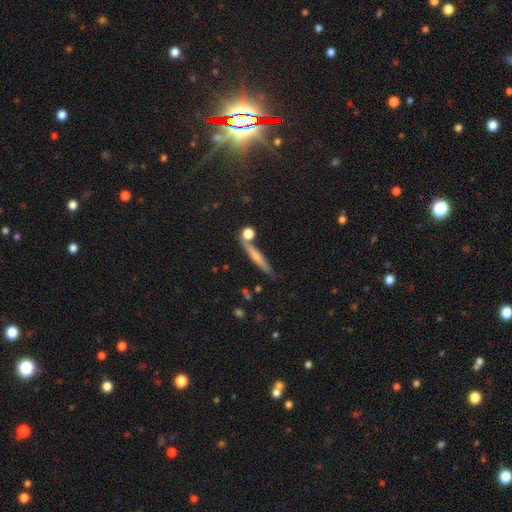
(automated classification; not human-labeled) Smooth or featured?
  - smooth: 53% *
  - featured or disk: 38%
  - star or artifact: 8%
How rounded?
  - cigar-shaped: 89% *
  - in between: 7%
  - round: 4%
Merging?
  - none: 72% *
  - minor disturbance: 13%
  - merger: 11%
  - major disturbance: 4%